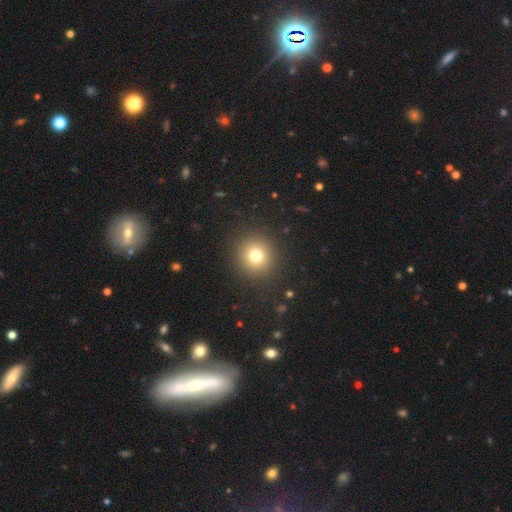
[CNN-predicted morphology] Q: Smooth or featured?
A: smooth (75%); runner-up: star or artifact (15%)
Q: How rounded?
A: round (92%); runner-up: in between (7%)
Q: Merging?
A: none (90%); runner-up: minor disturbance (6%)